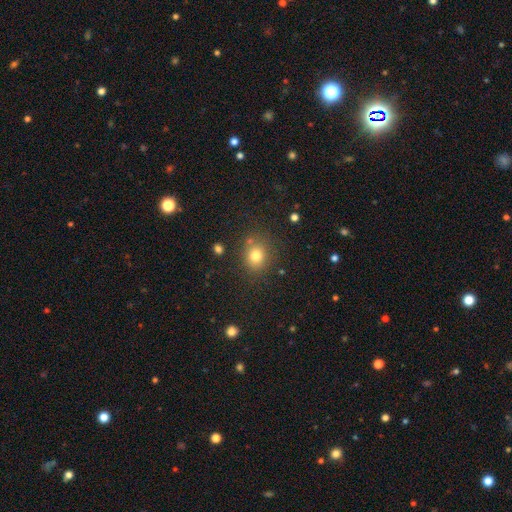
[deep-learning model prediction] A smooth galaxy with no disk features (78%) that is round (73%).

Vote fractions:
- Smooth or featured? smooth: 78% / star or artifact: 15% / featured or disk: 8%
- How rounded? round: 73% / in between: 26% / cigar-shaped: 1%
- Merging? none: 78% / minor disturbance: 11% / merger: 7% / major disturbance: 4%